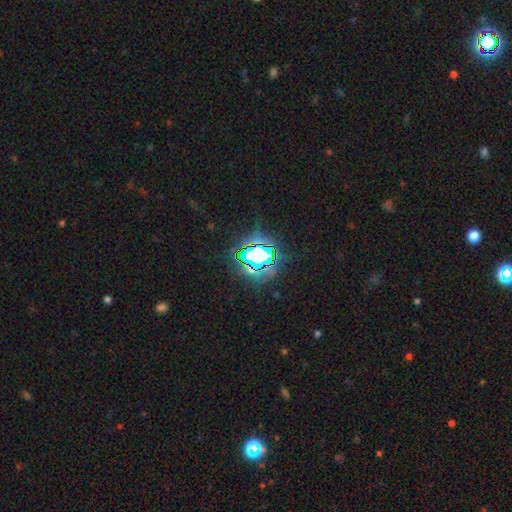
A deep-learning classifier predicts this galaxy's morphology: This appears to be a star or artifact, not a galaxy (73%).